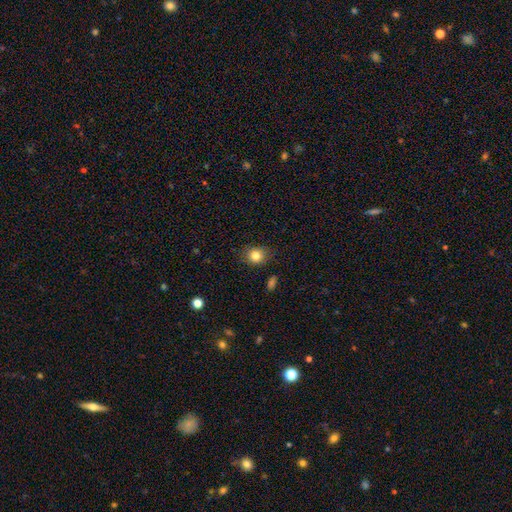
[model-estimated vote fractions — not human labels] Q: Smooth or featured?
A: smooth (82%); runner-up: star or artifact (10%)
Q: How rounded?
A: round (63%); runner-up: in between (36%)
Q: Merging?
A: none (82%); runner-up: minor disturbance (14%)